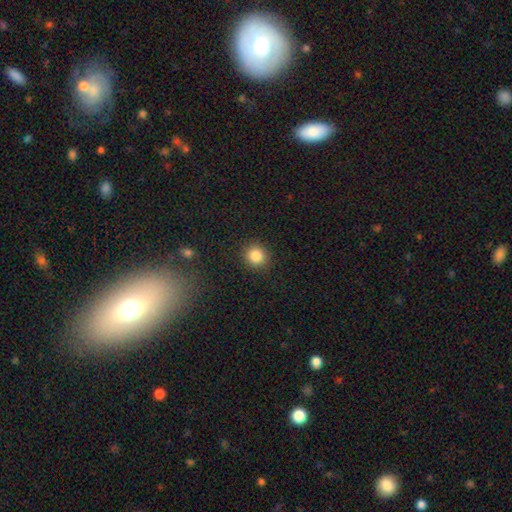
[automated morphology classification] Smooth or featured? smooth (84%)
How rounded? round (90%)
Merging? none (90%)